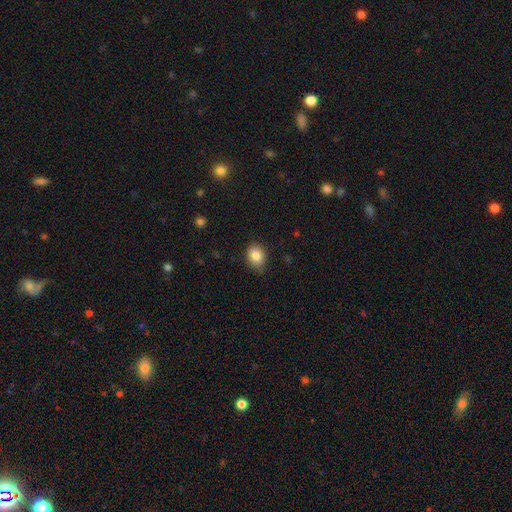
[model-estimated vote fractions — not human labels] Smooth or featured? Predicted: smooth (p=0.85). How rounded? Predicted: in between (p=0.57). Merging? Predicted: none (p=0.74).